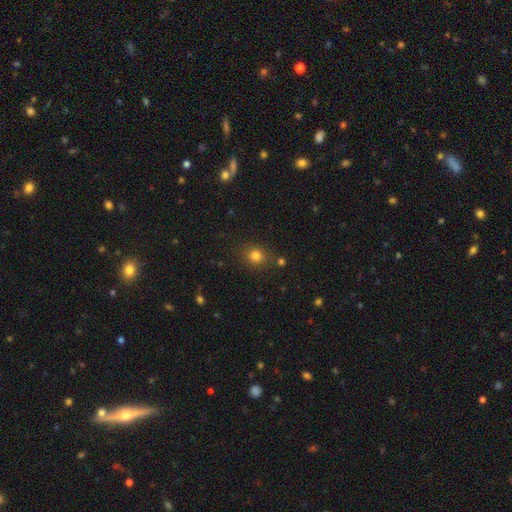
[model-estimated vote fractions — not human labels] A smooth galaxy with no disk features (80%) that is round (77%).

Vote fractions:
- Smooth or featured? smooth: 80% / star or artifact: 14% / featured or disk: 6%
- How rounded? round: 77% / in between: 22% / cigar-shaped: 1%
- Merging? none: 83% / minor disturbance: 10% / merger: 4% / major disturbance: 3%